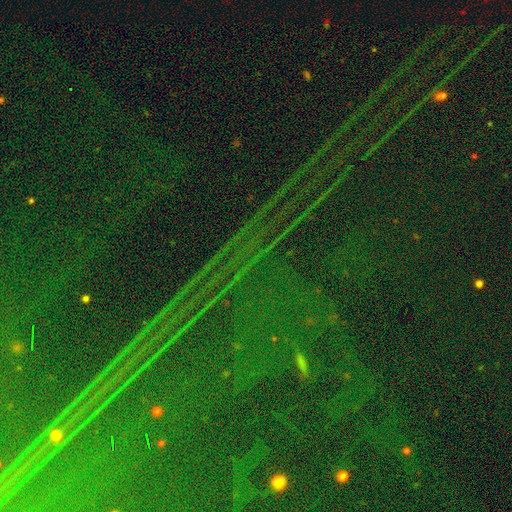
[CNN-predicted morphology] This is clearly a star or artifact rather than a galaxy (87%).